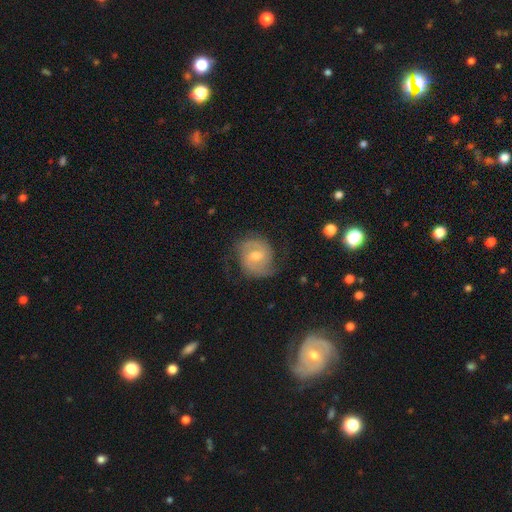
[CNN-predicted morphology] featured or disk 78%, smooth 16%, star or artifact 6%. Down the decision tree: edge-on disk — no (98%); bar — weak (53%); spiral arms — yes (93%); spiral arm count — 2 (82%); spiral winding — medium (46%); bulge size — moderate (64%); merging — none (71%).